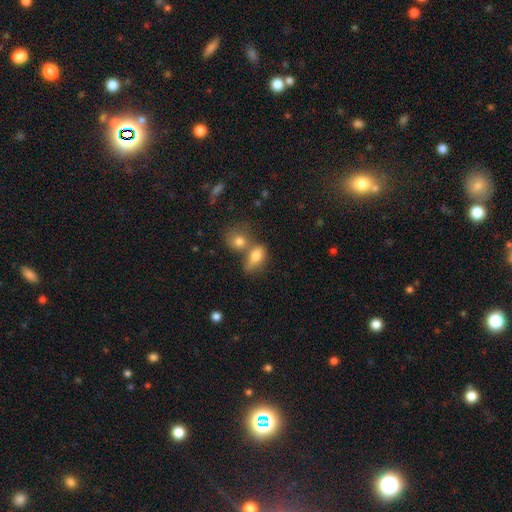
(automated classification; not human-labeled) Smooth or featured? Predicted: smooth (p=0.76). How rounded? Predicted: in between (p=0.77). Merging? Predicted: merger (p=0.50).